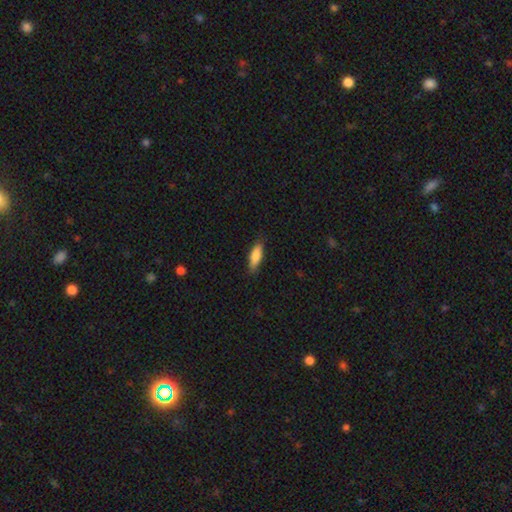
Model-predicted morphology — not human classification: smooth 82%, featured or disk 12%, star or artifact 6%. Down the decision tree: how rounded — in between (51%); merging — none (85%).